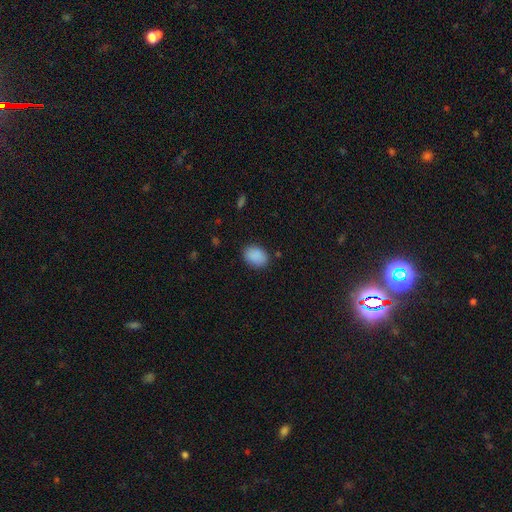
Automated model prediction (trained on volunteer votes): This is clearly a smooth galaxy (89%). How rounded: likely in between (74%). Merging: clearly none (84%).